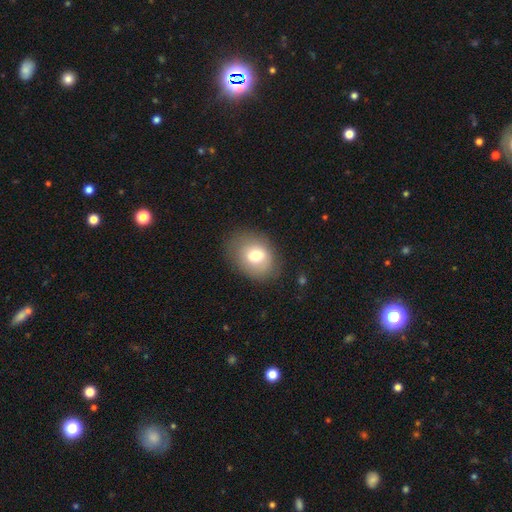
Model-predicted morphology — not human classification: smooth 73%, featured or disk 18%, star or artifact 9%. Down the decision tree: how rounded — in between (65%); merging — none (77%).